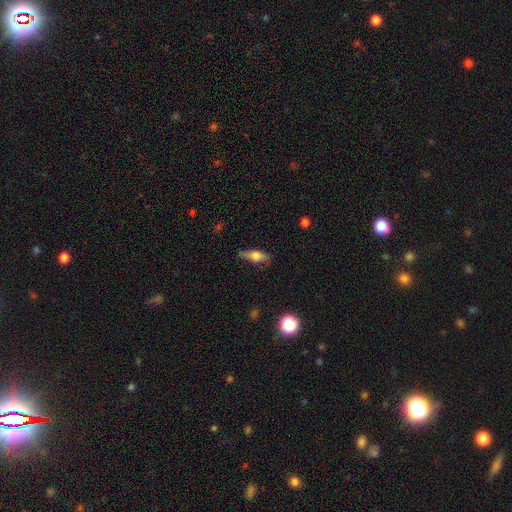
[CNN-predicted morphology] A smooth galaxy with no disk features (59%) that is in between round and cigar-shaped (56%). Merging: none (70%).